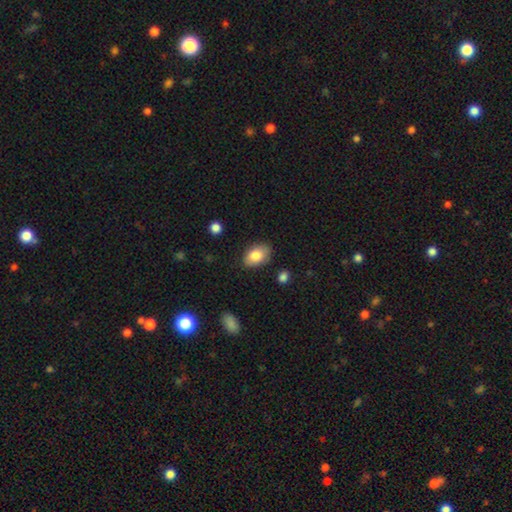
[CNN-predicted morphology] Overall: smooth (83%). How rounded: in between (89%). Merging: none (80%).